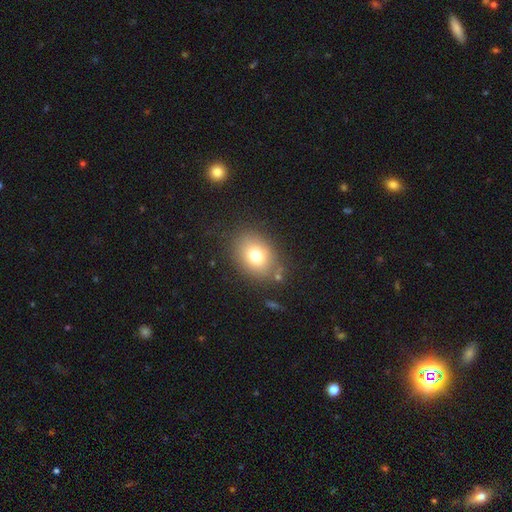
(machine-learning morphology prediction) This appears to be a smooth galaxy with no disk features (75%) that is in between round and cigar-shaped (65%). Merging: none (80%).